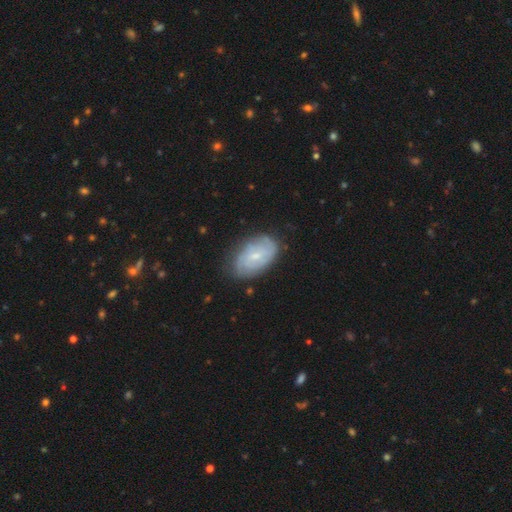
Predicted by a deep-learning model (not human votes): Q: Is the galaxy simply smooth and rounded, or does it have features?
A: featured or disk — 67%.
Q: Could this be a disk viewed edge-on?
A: no — 96%.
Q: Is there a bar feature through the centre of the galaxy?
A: no — 47%.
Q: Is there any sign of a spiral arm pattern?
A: yes — 89%.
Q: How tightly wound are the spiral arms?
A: tight — 63%.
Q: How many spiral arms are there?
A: can't tell — 43%.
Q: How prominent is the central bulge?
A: small — 67%.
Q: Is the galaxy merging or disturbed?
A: none — 77%.